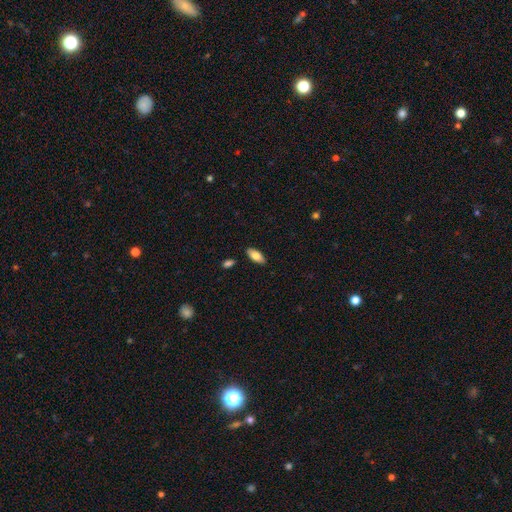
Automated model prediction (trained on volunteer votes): smooth-or-featured: smooth: 78% | featured or disk: 15% | star or artifact: 6%
  how-rounded: in between: 87% | cigar-shaped: 11% | round: 2%
  merging: none: 88% | minor disturbance: 8% | merger: 2% | major disturbance: 2%